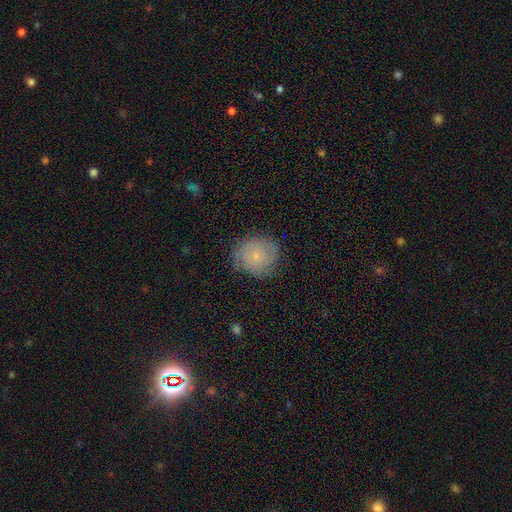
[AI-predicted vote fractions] Overall: smooth (59%; featured or disk 33%). How rounded: round (84%). Merging: none (74%).